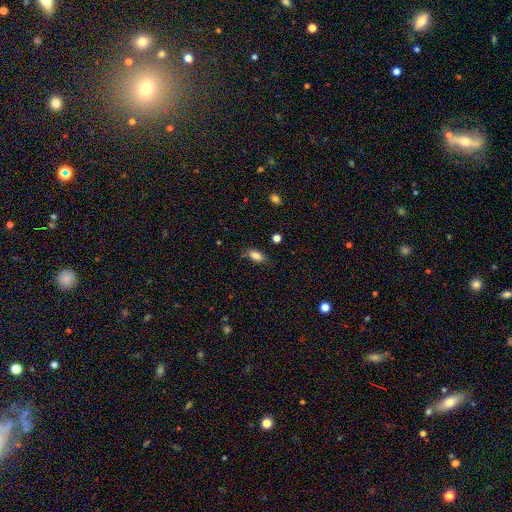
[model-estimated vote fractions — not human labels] Q: Smooth or featured?
A: smooth (84%); runner-up: star or artifact (9%)
Q: How rounded?
A: in between (86%); runner-up: cigar-shaped (10%)
Q: Merging?
A: none (76%); runner-up: minor disturbance (17%)